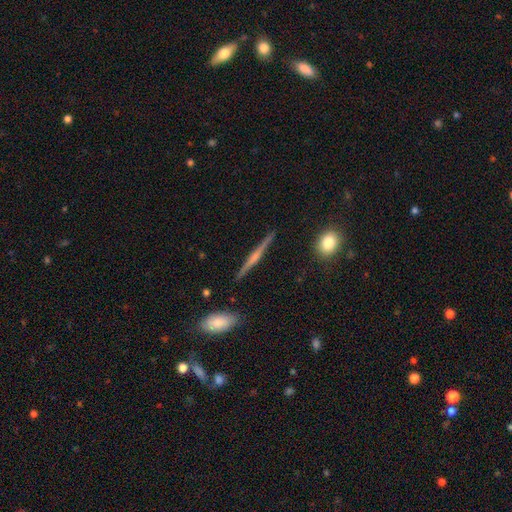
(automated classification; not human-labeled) Q: Smooth or featured?
A: featured or disk (62%); runner-up: smooth (24%)
Q: Edge-on disk?
A: yes (95%); runner-up: no (5%)
Q: Edge-on bulge?
A: rounded (68%); runner-up: none (23%)
Q: Merging?
A: none (88%); runner-up: minor disturbance (8%)